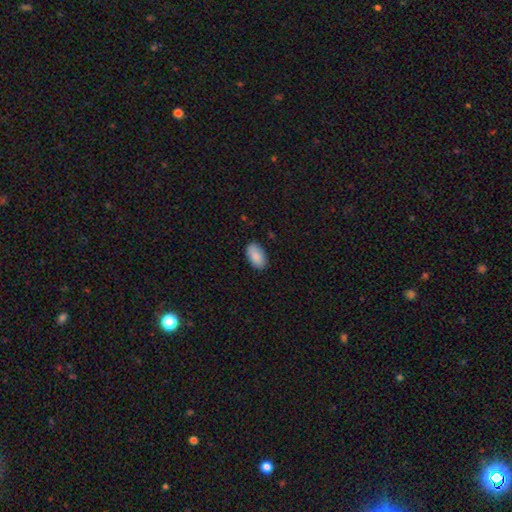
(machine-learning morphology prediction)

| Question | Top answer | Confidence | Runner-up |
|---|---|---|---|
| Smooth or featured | smooth | 89% | star or artifact (6%) |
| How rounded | in between | 95% | round (3%) |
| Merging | none | 87% | minor disturbance (10%) |